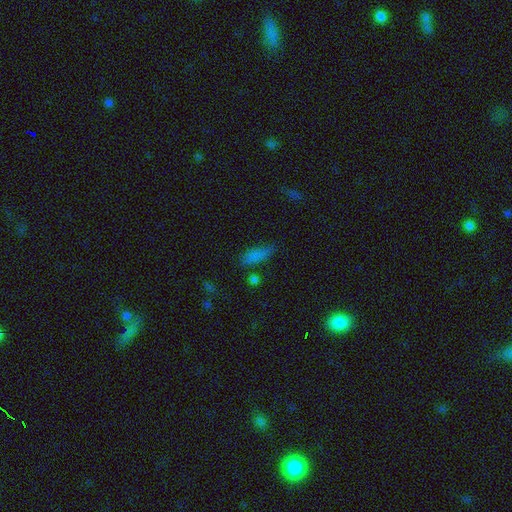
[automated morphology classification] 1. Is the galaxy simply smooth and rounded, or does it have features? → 78% smooth, 13% star or artifact, 9% featured or disk.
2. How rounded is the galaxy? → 64% in between, 32% cigar-shaped, 3% round.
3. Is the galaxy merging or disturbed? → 70% none, 20% minor disturbance, 5% major disturbance, 5% merger.